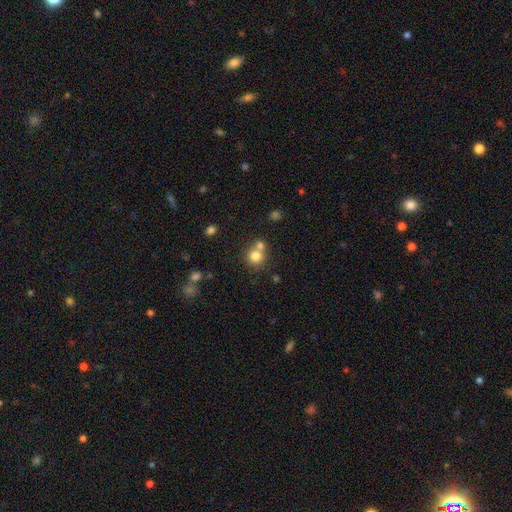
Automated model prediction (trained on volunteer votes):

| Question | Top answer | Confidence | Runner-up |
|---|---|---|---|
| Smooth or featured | smooth | 77% | star or artifact (12%) |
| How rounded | round | 88% | in between (11%) |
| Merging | none | 53% | merger (37%) |